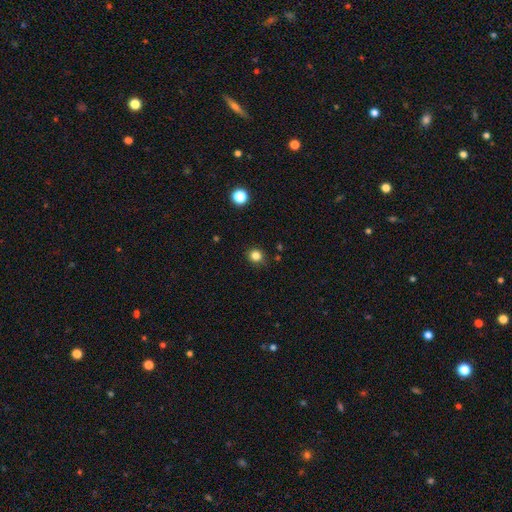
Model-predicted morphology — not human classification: Q: Smooth or featured?
A: smooth (83%); runner-up: star or artifact (13%)
Q: How rounded?
A: round (89%); runner-up: in between (10%)
Q: Merging?
A: none (89%); runner-up: minor disturbance (7%)